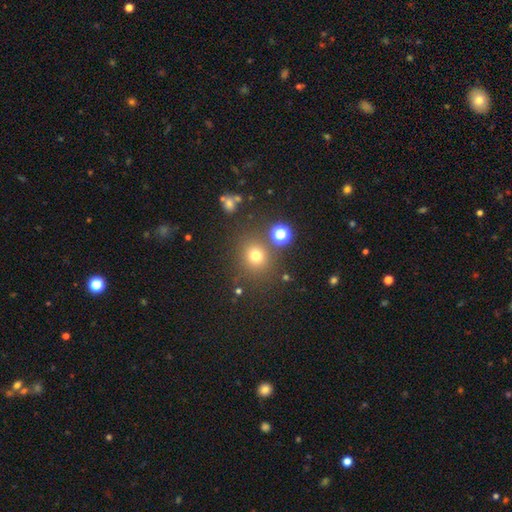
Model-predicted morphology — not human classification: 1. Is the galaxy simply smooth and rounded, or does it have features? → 71% smooth, 21% star or artifact, 8% featured or disk.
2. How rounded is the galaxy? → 85% round, 14% in between, 1% cigar-shaped.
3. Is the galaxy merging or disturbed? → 80% none, 9% minor disturbance, 6% merger, 4% major disturbance.